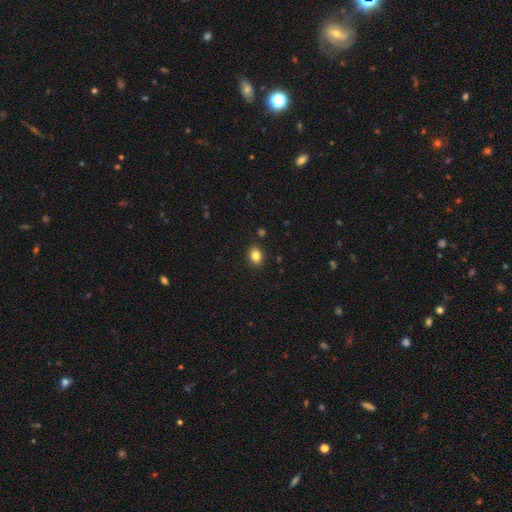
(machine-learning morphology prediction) This is clearly a smooth galaxy (84%). How rounded: possibly in between (57%). Merging: clearly none (89%).